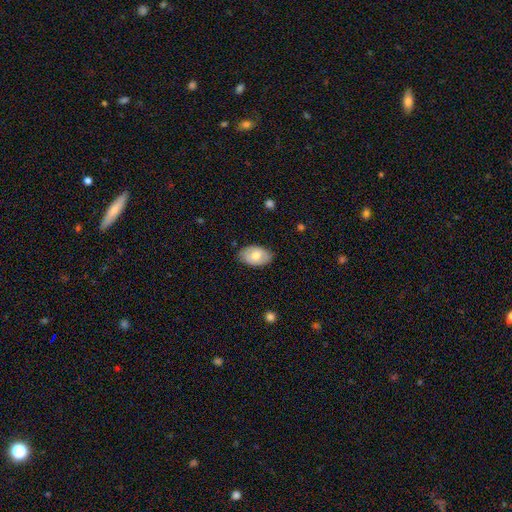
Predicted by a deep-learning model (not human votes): Smooth or featured? smooth (68%)
How rounded? in between (91%)
Merging? none (83%)